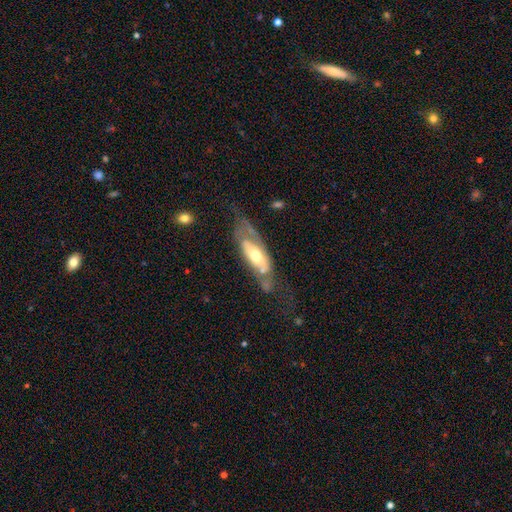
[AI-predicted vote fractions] A featured or disk galaxy (62%).

Vote fractions:
- Smooth or featured? featured or disk: 62% / smooth: 33% / star or artifact: 6%
- Edge-on disk? no: 77% / yes: 23%
- Merging? none: 39% / major disturbance: 30% / minor disturbance: 25% / merger: 7%